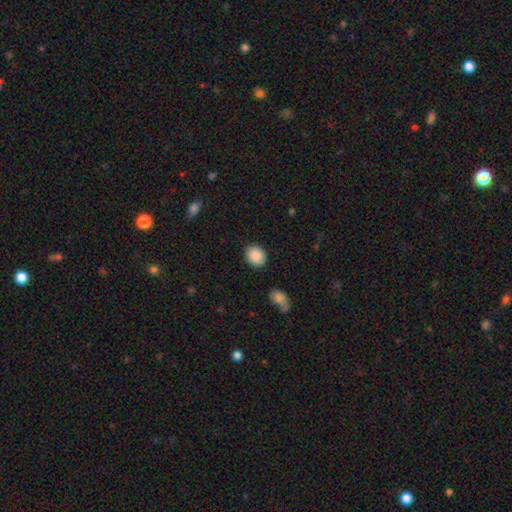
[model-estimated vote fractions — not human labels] Overall: smooth (89%). How rounded: round (57%; in between 42%). Merging: none (86%).